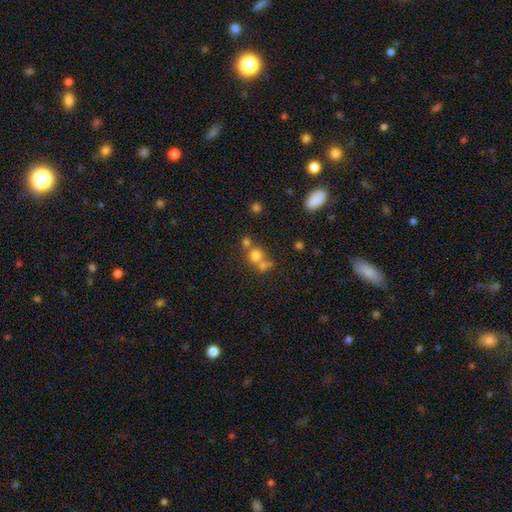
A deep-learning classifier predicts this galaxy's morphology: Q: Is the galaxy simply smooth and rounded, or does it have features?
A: smooth — 69%.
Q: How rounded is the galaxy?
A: round — 86%.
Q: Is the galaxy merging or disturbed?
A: none — 47%.